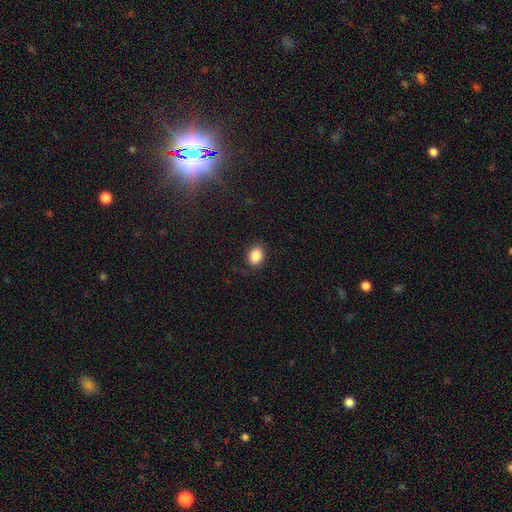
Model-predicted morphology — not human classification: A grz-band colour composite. It shows a smooth galaxy with no disk features (87%) that is in between round and cigar-shaped (68%). Merging: none (84%).